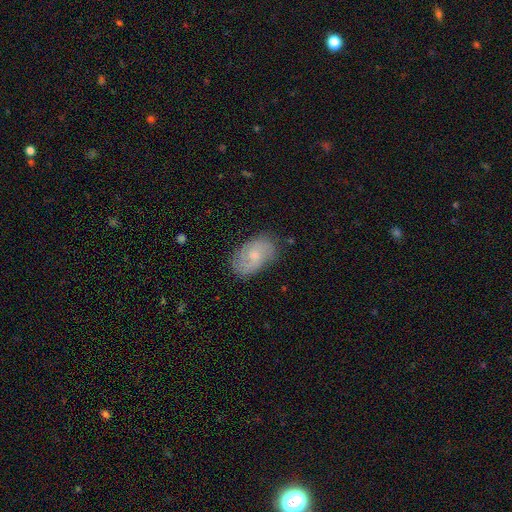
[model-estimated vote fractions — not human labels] featured or disk 55%, smooth 37%, star or artifact 7%. Down the decision tree: edge-on disk — no (96%); bar — no (71%); spiral arms — yes (83%); bulge size — small (46%); merging — none (73%).